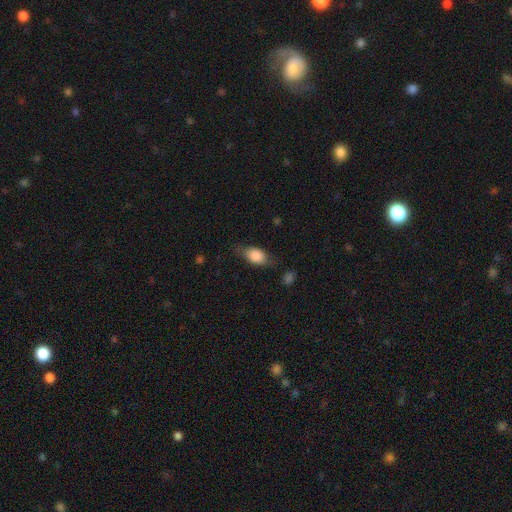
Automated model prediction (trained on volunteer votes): This is likely a smooth galaxy (77%). How rounded: clearly in between (81%). Merging: likely none (65%).